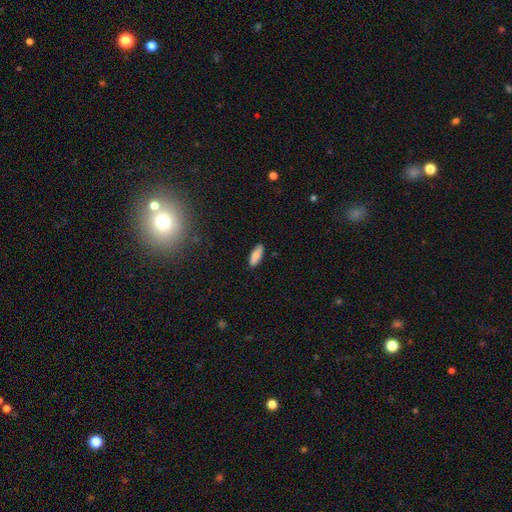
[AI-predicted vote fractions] A smooth galaxy with no disk features (80%) that is in between round and cigar-shaped (69%). Merging: none (87%).